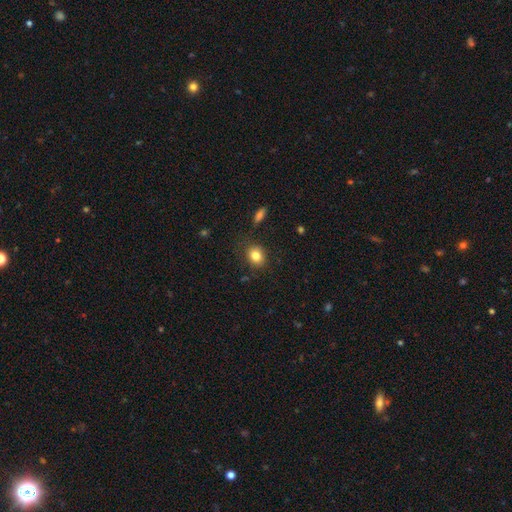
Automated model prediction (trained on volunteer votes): smooth_or_featured: smooth (p=0.82) [alt: star or artifact p=0.10]
how_rounded: round (p=0.58) [alt: in between p=0.41]
merging: none (p=0.82) [alt: minor disturbance p=0.12]